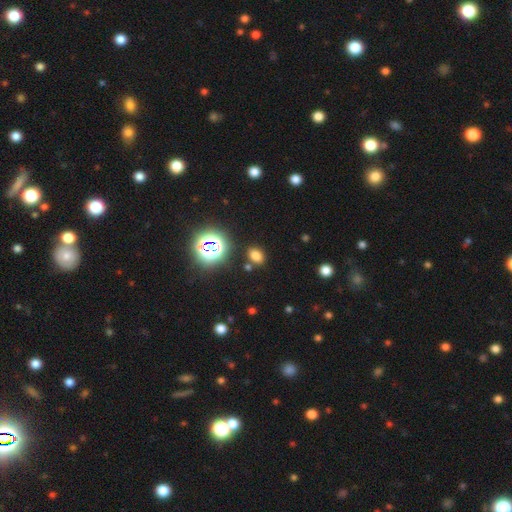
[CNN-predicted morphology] Smooth or featured? smooth (70%)
How rounded? in between (72%)
Merging? none (82%)